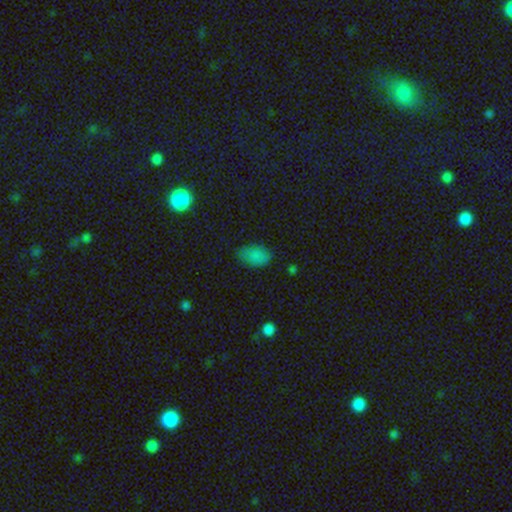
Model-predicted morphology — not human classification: The model was most divided on "merging": none: 76%, minor disturbance: 18%, major disturbance: 4%, merger: 1%. More confident: how rounded — in between (89%); smooth or featured — smooth (82%).